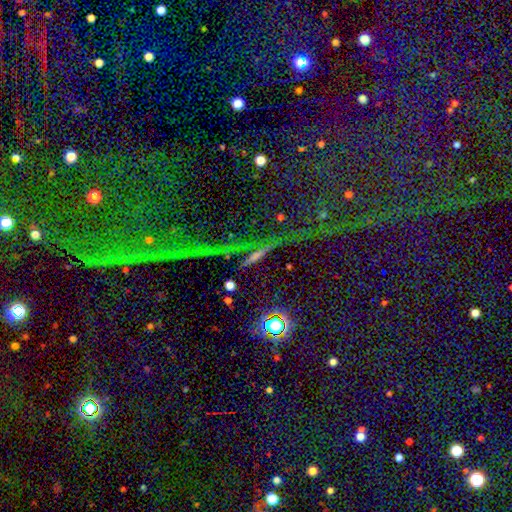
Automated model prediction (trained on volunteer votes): Smooth or featured: featured or disk — 41% (star or artifact — 31%)
Merging: none — 79% (minor disturbance — 11%)